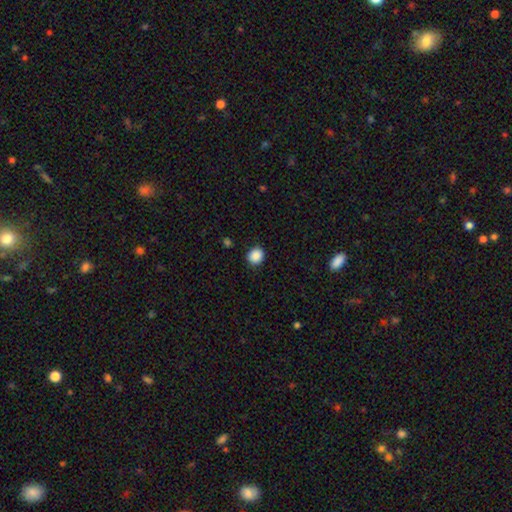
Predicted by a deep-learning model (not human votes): Smooth or featured? smooth (88%)
How rounded? round (82%)
Merging? none (89%)